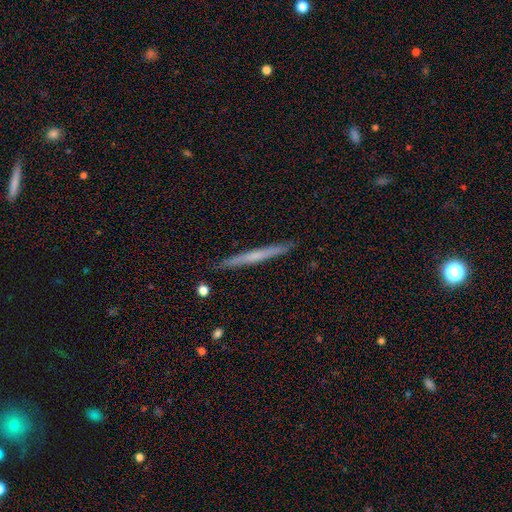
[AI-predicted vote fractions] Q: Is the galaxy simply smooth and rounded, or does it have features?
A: featured or disk — 47%.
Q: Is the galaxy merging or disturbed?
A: none — 91%.